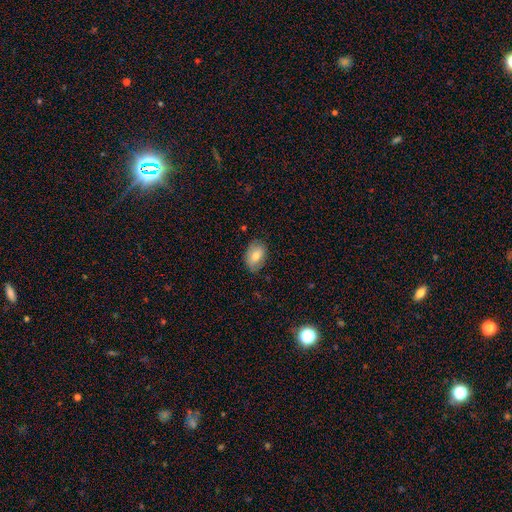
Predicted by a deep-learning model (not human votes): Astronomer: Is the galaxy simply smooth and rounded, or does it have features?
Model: smooth — 72%.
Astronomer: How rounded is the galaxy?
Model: in between — 86%.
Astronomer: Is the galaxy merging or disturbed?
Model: none — 76%.